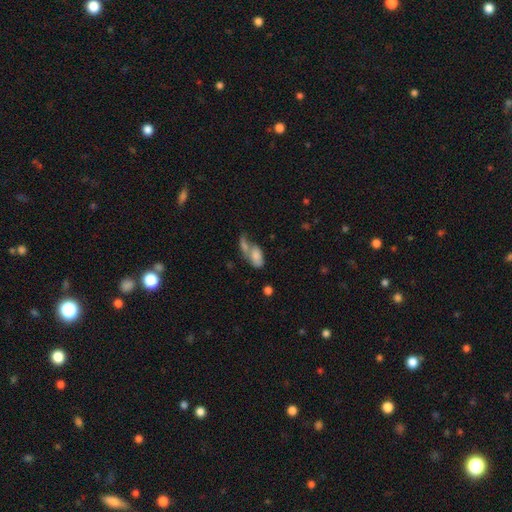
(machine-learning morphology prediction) Q: Smooth or featured?
A: smooth (75%); runner-up: featured or disk (17%)
Q: How rounded?
A: in between (89%); runner-up: cigar-shaped (5%)
Q: Merging?
A: merger (55%); runner-up: none (24%)